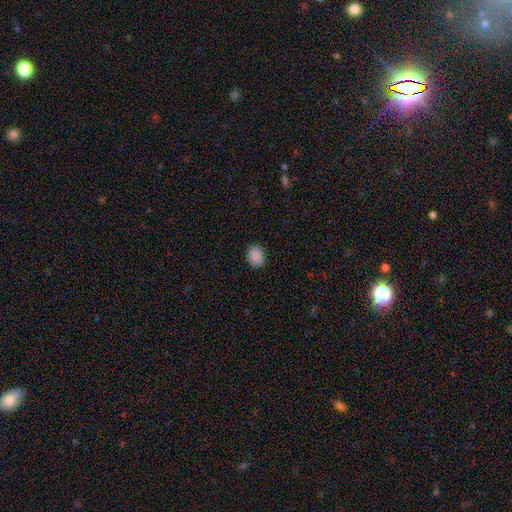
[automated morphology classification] Smooth or featured? Predicted: smooth (p=0.89). How rounded? Predicted: round (p=0.54). Merging? Predicted: none (p=0.87).